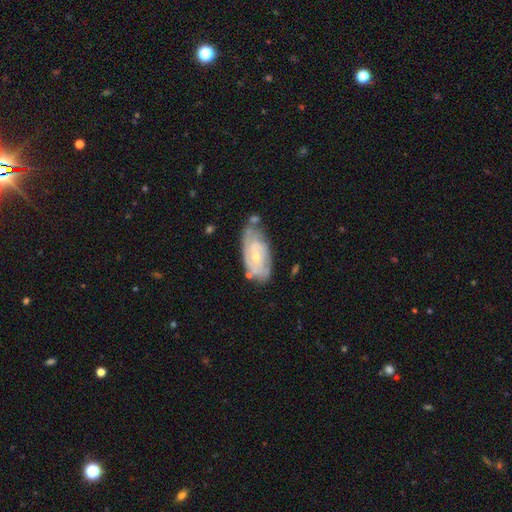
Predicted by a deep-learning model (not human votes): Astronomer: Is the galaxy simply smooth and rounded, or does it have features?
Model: featured or disk — 71%.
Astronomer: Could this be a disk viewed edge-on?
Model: no — 93%.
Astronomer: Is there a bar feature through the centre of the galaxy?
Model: no — 54% (runner-up: weak, 39%).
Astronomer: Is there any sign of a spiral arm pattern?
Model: yes — 84%.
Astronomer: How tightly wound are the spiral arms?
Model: tight — 63%.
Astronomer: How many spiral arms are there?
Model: can't tell — 42% (runner-up: 2, 40%).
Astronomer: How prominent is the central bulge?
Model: small — 64%.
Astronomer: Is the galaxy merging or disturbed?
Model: none — 54% (runner-up: minor disturbance, 29%).